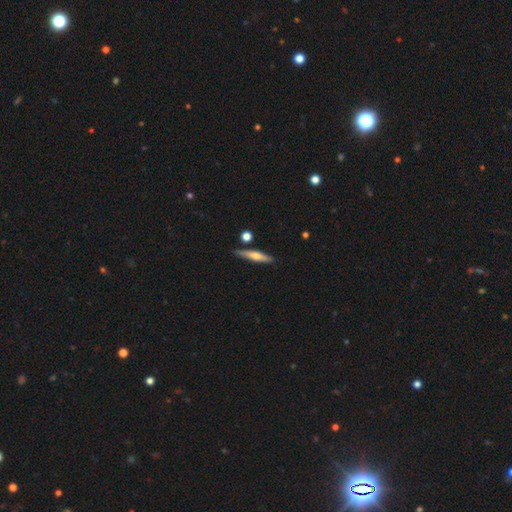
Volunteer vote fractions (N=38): A smooth galaxy with no disk features (53%) that is cigar-shaped (95%). Merging: none (86%).